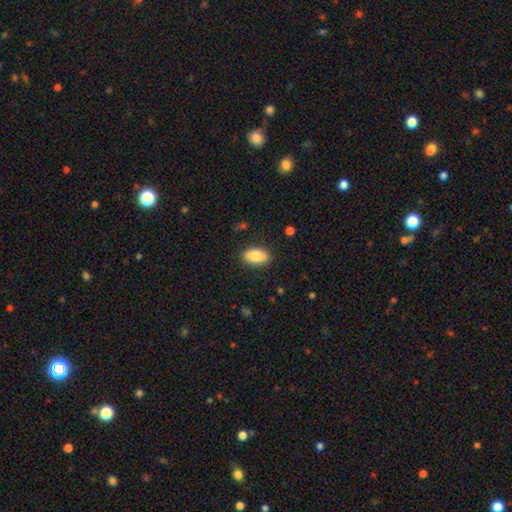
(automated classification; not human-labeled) smooth-or-featured: smooth: 87% | star or artifact: 7% | featured or disk: 6%
  how-rounded: in between: 92% | round: 5% | cigar-shaped: 2%
  merging: none: 86% | minor disturbance: 10% | major disturbance: 3% | merger: 1%